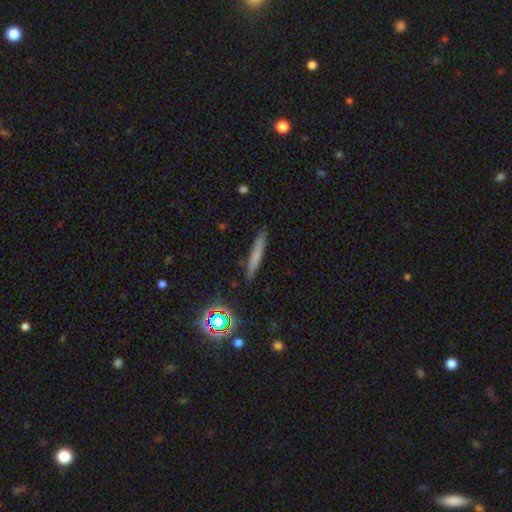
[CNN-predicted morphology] A smooth galaxy with no disk features (66%) that is cigar-shaped (93%).

Vote fractions:
- Smooth or featured? smooth: 66% / featured or disk: 22% / star or artifact: 12%
- How rounded? cigar-shaped: 93% / in between: 5% / round: 2%
- Merging? none: 87% / minor disturbance: 9% / major disturbance: 2% / merger: 2%